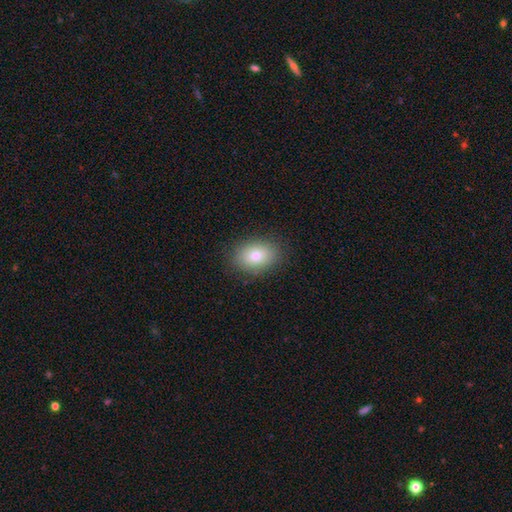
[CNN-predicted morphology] type=smooth (80%); roundness=in between (76%); merging=none (88%).